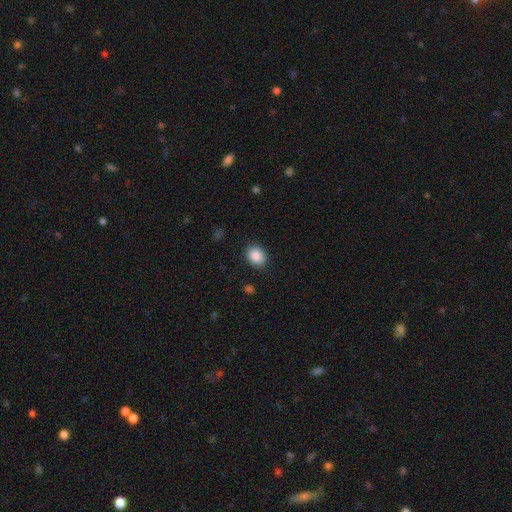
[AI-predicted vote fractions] Q: Smooth or featured?
A: smooth (88%); runner-up: star or artifact (8%)
Q: How rounded?
A: in between (51%); runner-up: round (48%)
Q: Merging?
A: none (87%); runner-up: minor disturbance (10%)